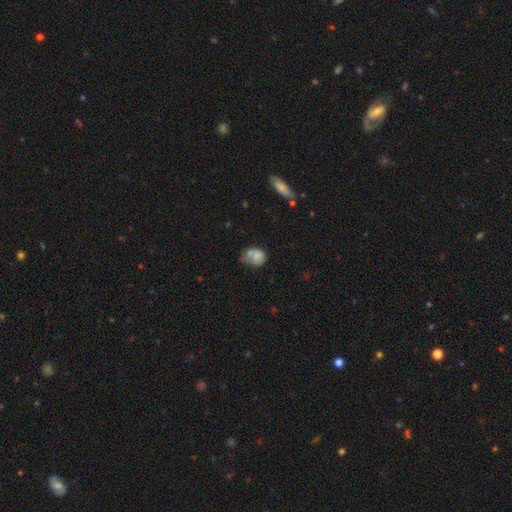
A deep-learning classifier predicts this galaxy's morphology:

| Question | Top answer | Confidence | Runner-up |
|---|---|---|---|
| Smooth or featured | smooth | 73% | featured or disk (17%) |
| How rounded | in between | 56% | round (43%) |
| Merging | none | 32% | minor disturbance (27%) |